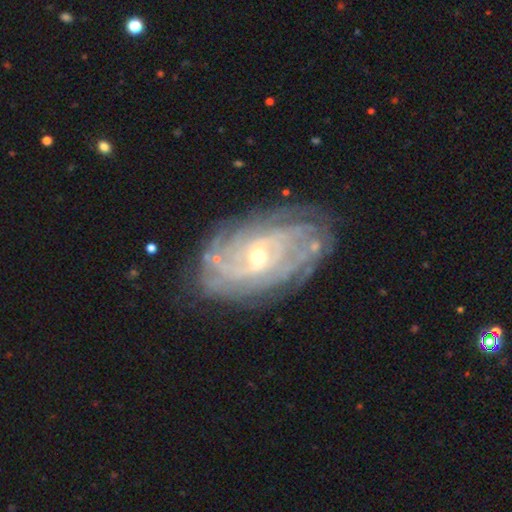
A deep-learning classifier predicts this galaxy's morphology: smooth_or_featured: featured or disk (p=0.88) [alt: smooth p=0.07]
disk_edge_on: no (p=0.94) [alt: yes p=0.06]
bar: no (p=0.46) [alt: weak p=0.38]
has_spiral_arms: yes (p=0.95) [alt: no p=0.05]
spiral_winding: tight (p=0.76) [alt: medium p=0.19]
spiral_arm_count: can't tell (p=0.39) [alt: 4 p=0.15]
bulge_size: small (p=0.54) [alt: moderate p=0.42]
merging: none (p=0.74) [alt: minor disturbance p=0.17]